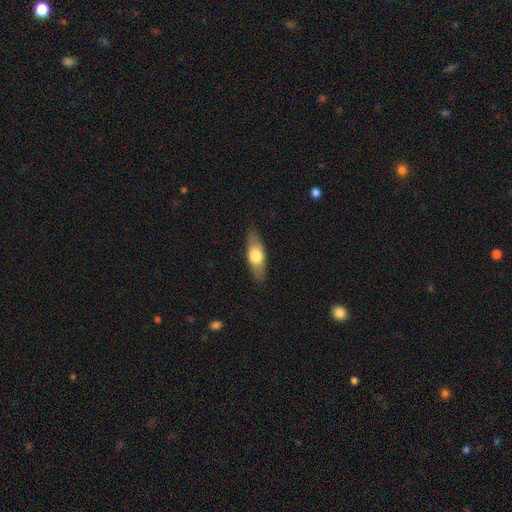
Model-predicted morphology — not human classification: type=smooth (63%); roundness=in between (64%); merging=none (85%).